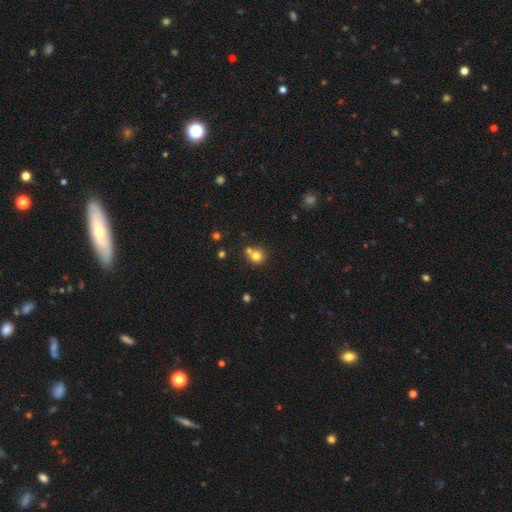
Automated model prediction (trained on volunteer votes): Q: Smooth or featured?
A: smooth (77%); runner-up: star or artifact (13%)
Q: How rounded?
A: round (87%); runner-up: in between (12%)
Q: Merging?
A: none (52%); runner-up: merger (37%)